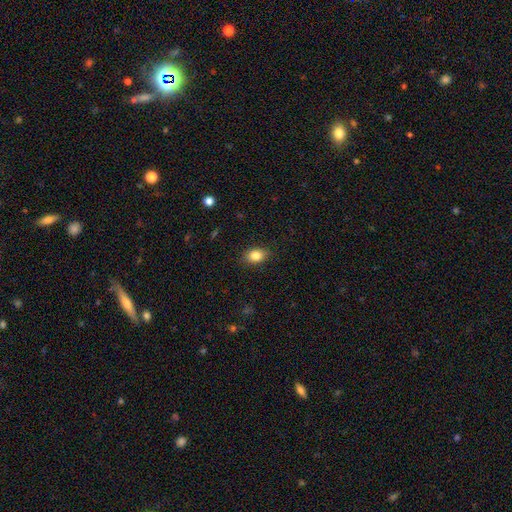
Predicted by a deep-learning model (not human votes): This appears to be a smooth galaxy with no disk features (84%) that is in between round and cigar-shaped (79%). Merging: none (86%).